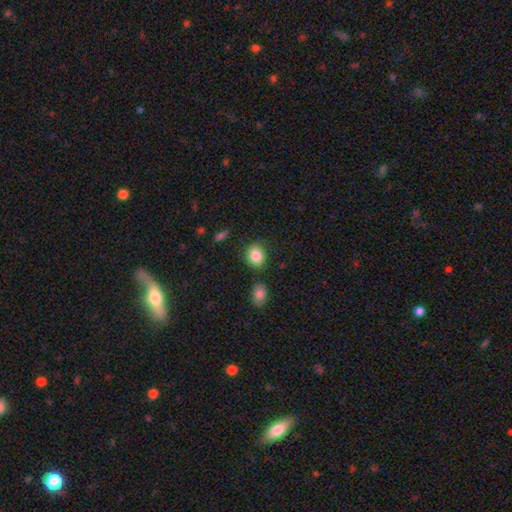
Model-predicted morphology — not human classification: smooth_or_featured: smooth (p=0.85) [alt: star or artifact p=0.08]
how_rounded: round (p=0.62) [alt: in between p=0.37]
merging: none (p=0.81) [alt: minor disturbance p=0.12]